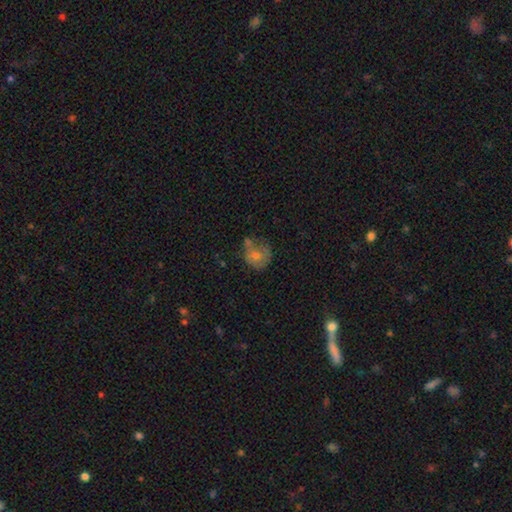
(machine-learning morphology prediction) This is likely a smooth galaxy (61%). How rounded: likely round (77%). Merging: marginally none (45%).